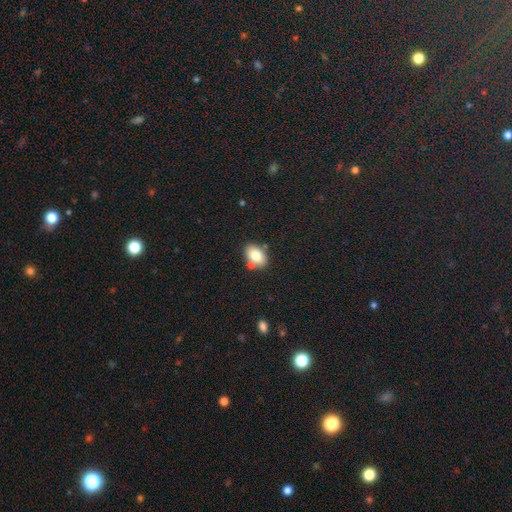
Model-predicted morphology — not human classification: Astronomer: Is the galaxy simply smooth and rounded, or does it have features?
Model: smooth — 80%.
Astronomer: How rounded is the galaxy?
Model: in between — 85%.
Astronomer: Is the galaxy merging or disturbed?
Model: none — 71%.